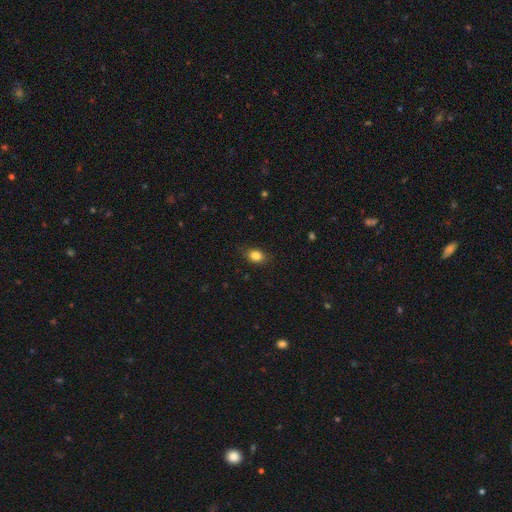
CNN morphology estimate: Q: Smooth or featured?
A: smooth (84%); runner-up: star or artifact (10%)
Q: How rounded?
A: in between (72%); runner-up: round (26%)
Q: Merging?
A: none (83%); runner-up: minor disturbance (13%)